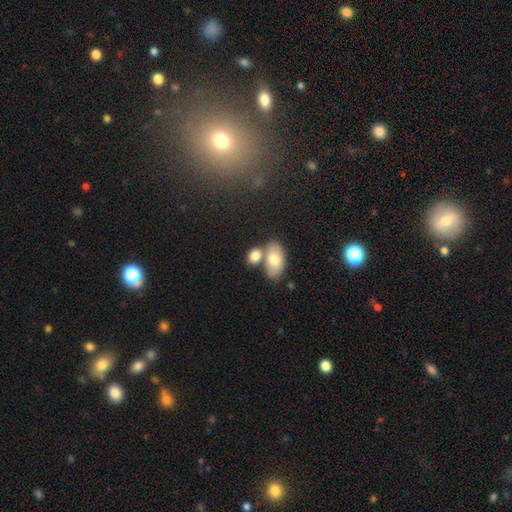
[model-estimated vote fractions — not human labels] smooth 78%, featured or disk 15%, star or artifact 8%. Down the decision tree: how rounded — in between (84%); merging — none (44%).